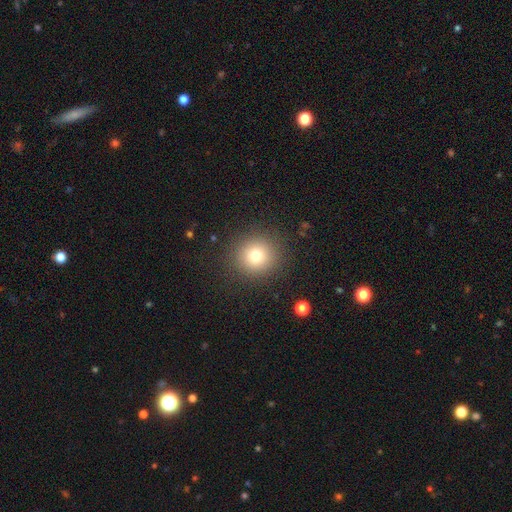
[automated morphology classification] This appears to be a smooth galaxy with no disk features (76%) that is round (92%). Merging: none (89%).